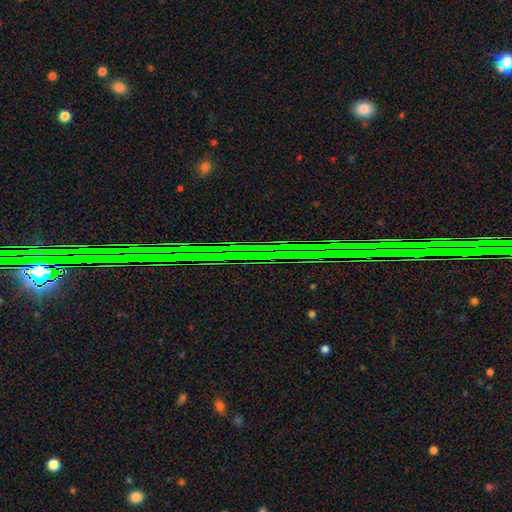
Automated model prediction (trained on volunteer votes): A star or artifact, not a galaxy (81%).

Vote fractions:
- Smooth or featured? star or artifact: 81% / featured or disk: 10% / smooth: 8%